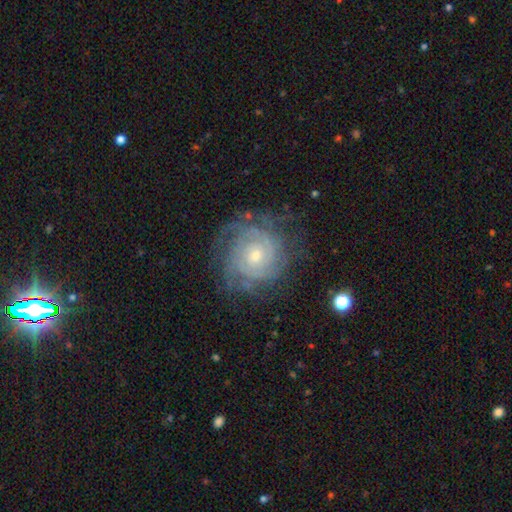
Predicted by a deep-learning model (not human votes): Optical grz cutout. It shows a featured or disk galaxy (85%) with no bar (73%), tight (77%) spiral arms (96%) and a small central bulge (61%). Merging: none (71%).